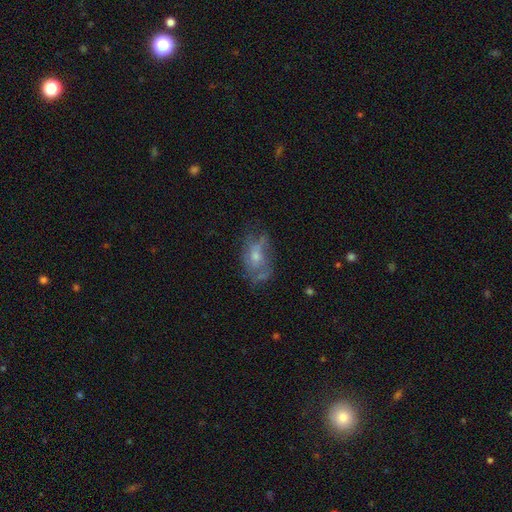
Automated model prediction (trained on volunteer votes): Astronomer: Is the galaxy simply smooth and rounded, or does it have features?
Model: featured or disk — 55% (runner-up: smooth, 33%).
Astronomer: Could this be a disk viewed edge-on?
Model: no — 94%.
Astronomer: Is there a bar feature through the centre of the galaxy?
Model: no — 77%.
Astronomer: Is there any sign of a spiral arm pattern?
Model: yes — 52% (runner-up: no, 48%).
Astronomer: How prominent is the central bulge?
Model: small — 46% (runner-up: moderate, 44%).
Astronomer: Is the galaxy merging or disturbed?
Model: none — 52%.